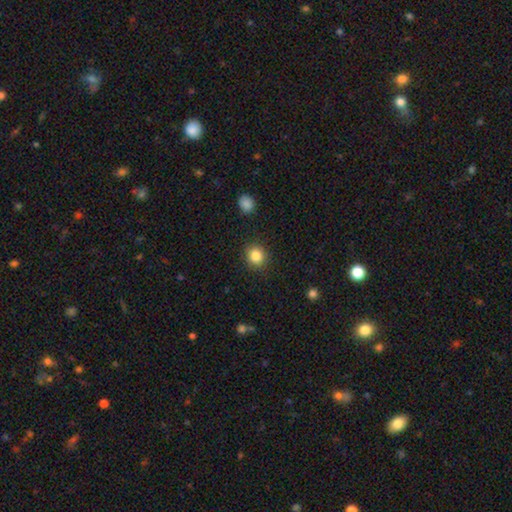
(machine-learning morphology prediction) Overall: smooth (85%). How rounded: round (85%). Merging: none (90%).